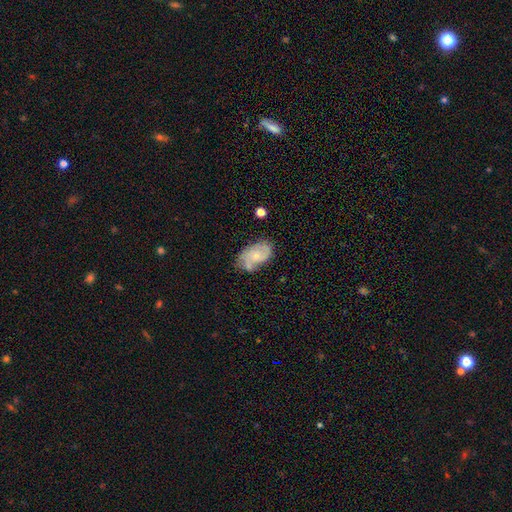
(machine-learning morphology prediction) The model was most divided on "merging": none: 51%, minor disturbance: 29%, major disturbance: 11%, merger: 9%. More confident: edge-on disk — no (97%); spiral arms — yes (83%); bar — no (75%); bulge size — small (65%); smooth or featured — featured or disk (59%).